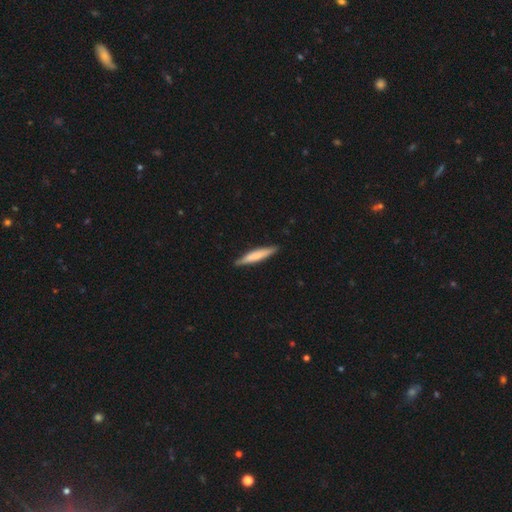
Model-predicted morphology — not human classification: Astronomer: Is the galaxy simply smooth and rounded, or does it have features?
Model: smooth — 65%.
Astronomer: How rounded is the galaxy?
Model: cigar-shaped — 92%.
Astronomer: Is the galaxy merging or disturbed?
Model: none — 87%.